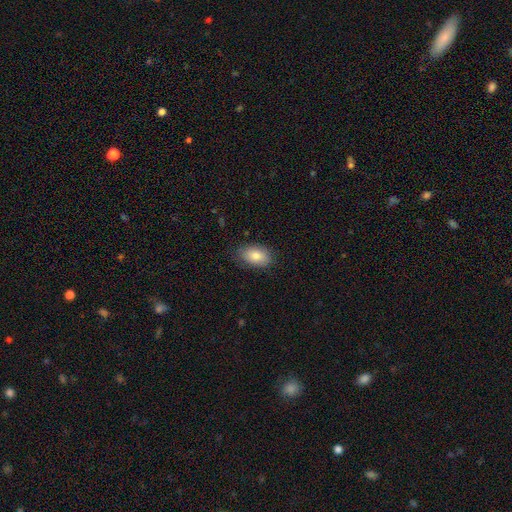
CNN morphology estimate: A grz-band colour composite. It shows a smooth galaxy with no disk features (82%) that is in between round and cigar-shaped (91%). Merging: none (81%).